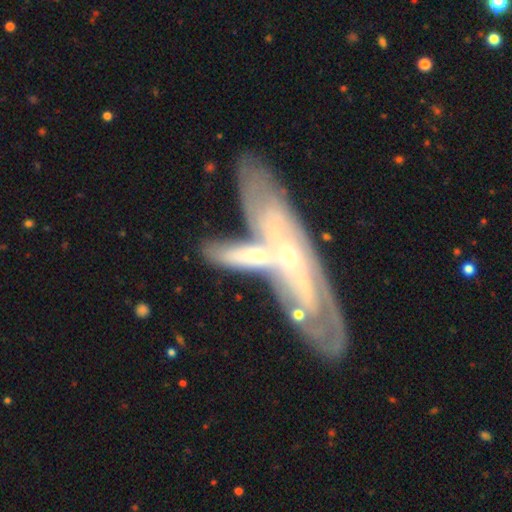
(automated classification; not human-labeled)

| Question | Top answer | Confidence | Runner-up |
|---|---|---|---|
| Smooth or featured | featured or disk | 56% | smooth (36%) |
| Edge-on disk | no | 54% | yes (46%) |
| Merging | merger | 50% | none (30%) |